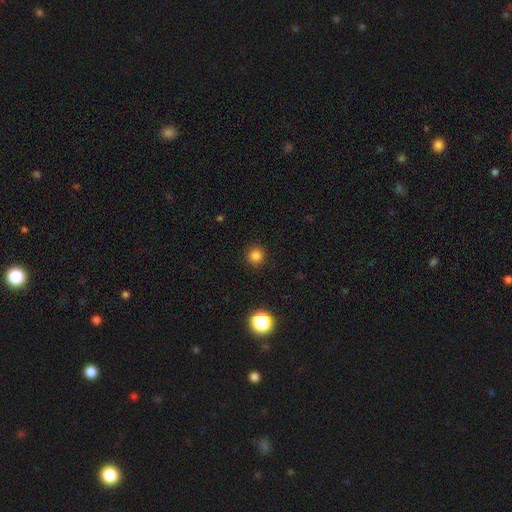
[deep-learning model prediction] Morphology: type=smooth (83%); roundness=round (94%); merging=none (91%).